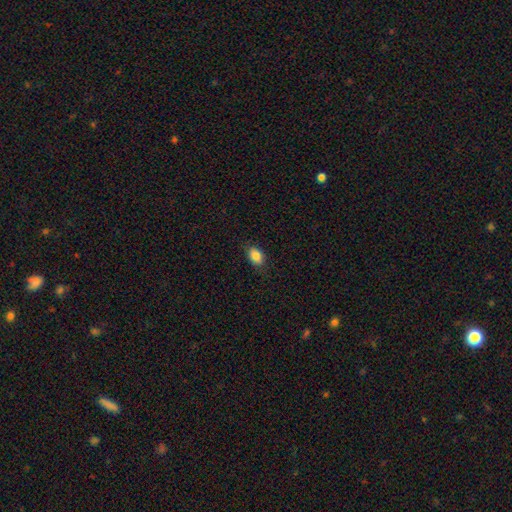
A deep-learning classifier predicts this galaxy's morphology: Smooth or featured?
  - smooth: 87% *
  - star or artifact: 8%
  - featured or disk: 5%
How rounded?
  - in between: 83% *
  - round: 16%
  - cigar-shaped: 1%
Merging?
  - none: 83% *
  - minor disturbance: 13%
  - major disturbance: 3%
  - merger: 1%